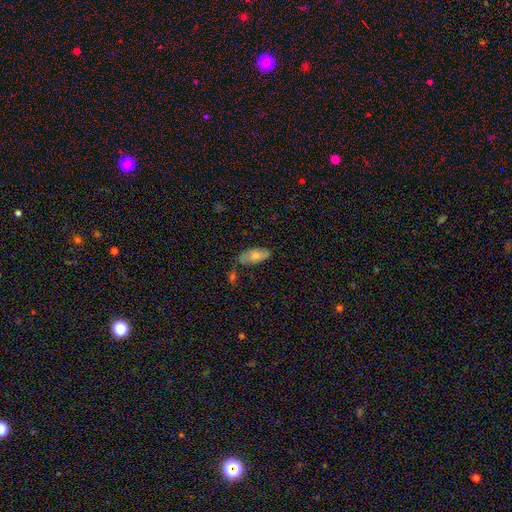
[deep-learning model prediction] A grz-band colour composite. It shows a smooth galaxy with no disk features (68%) that is in between round and cigar-shaped (89%). Merging: none (63%).